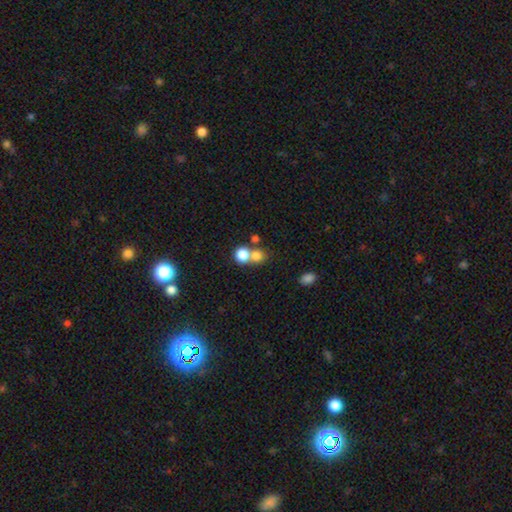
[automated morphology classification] Smooth or featured: smooth — 78% (star or artifact — 13%)
How rounded: round — 83% (in between — 16%)
Merging: merger — 49% (none — 43%)